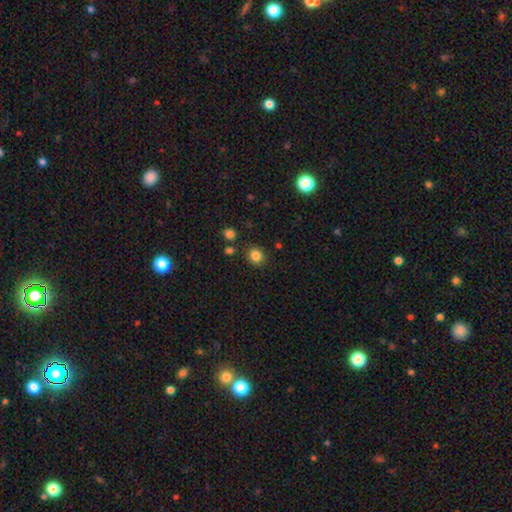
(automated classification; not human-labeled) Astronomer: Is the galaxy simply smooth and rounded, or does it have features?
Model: smooth — 84%.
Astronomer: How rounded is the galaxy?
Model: round — 82%.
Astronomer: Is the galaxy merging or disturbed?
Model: none — 86%.